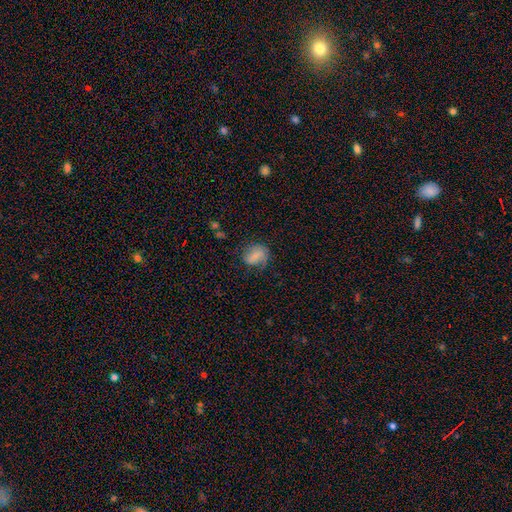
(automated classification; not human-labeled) A smooth galaxy with no disk features (65%) that is in between round and cigar-shaped (50%).

Vote fractions:
- Smooth or featured? smooth: 65% / featured or disk: 26% / star or artifact: 10%
- How rounded? in between: 50% / round: 49% / cigar-shaped: 2%
- Merging? none: 57% / minor disturbance: 26% / major disturbance: 15% / merger: 2%